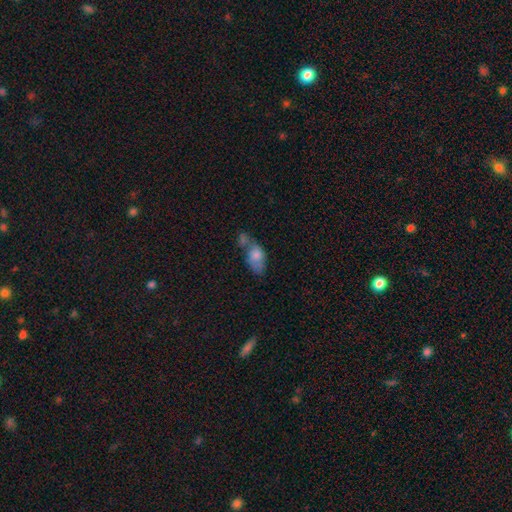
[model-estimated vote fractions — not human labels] A smooth galaxy with no disk features (69%) that is in between round and cigar-shaped (84%). Merging: merger (47%).